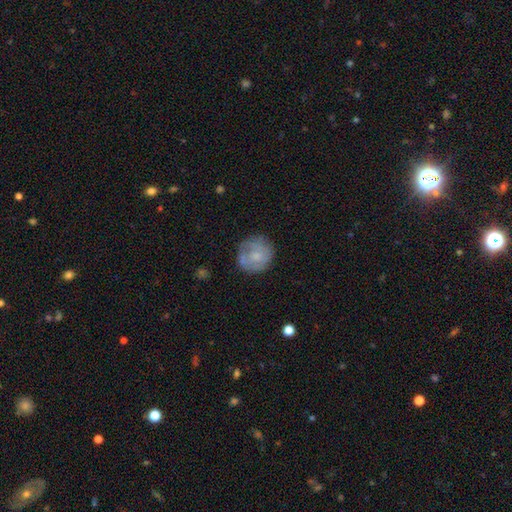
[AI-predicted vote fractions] This appears to be a smooth galaxy with no disk features (58%) that is round (88%). Merging: none (70%).